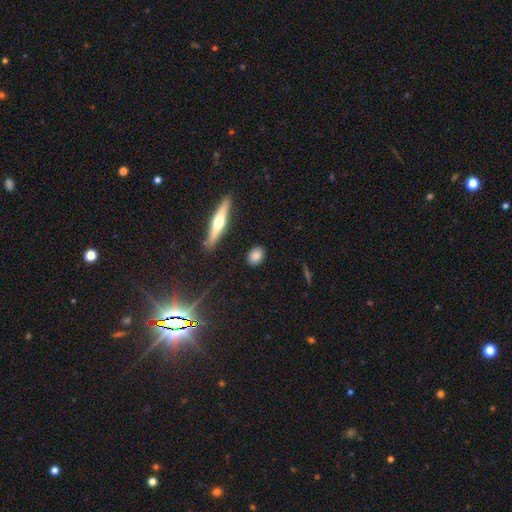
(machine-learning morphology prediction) smooth 82%, featured or disk 10%, star or artifact 8%. Down the decision tree: how rounded — in between (55%); merging — none (87%).